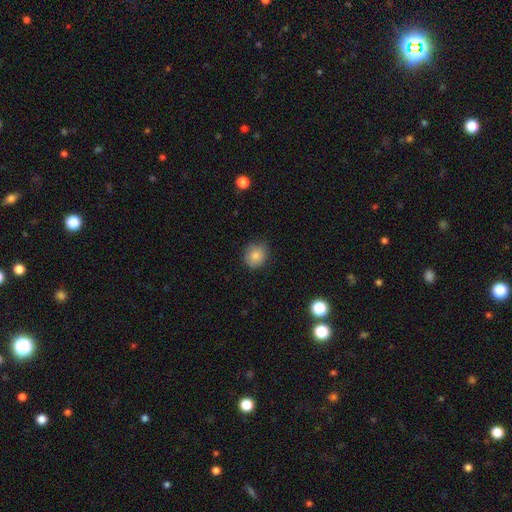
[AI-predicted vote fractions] Overall: smooth (83%). How rounded: round (75%). Merging: none (79%).